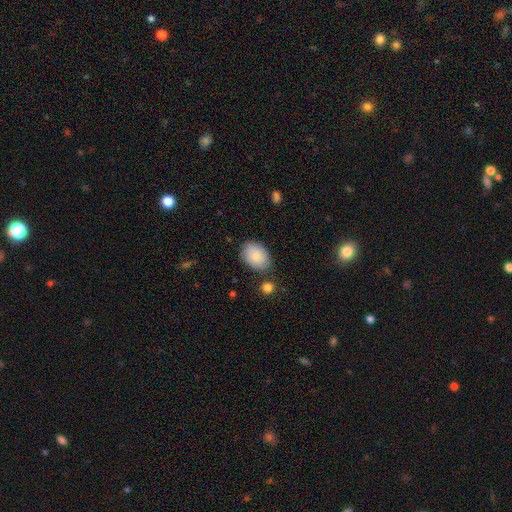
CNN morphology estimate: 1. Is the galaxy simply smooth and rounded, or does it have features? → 83% smooth, 11% featured or disk, 6% star or artifact.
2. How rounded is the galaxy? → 83% in between, 16% round, 1% cigar-shaped.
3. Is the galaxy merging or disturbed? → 78% none, 15% minor disturbance, 4% major disturbance, 3% merger.